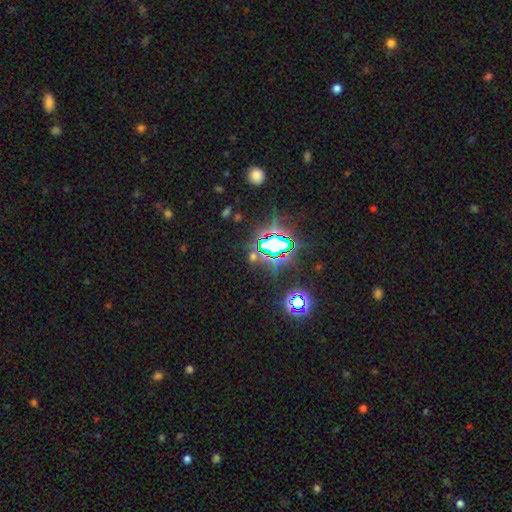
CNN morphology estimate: star or artifact 79%, smooth 12%, featured or disk 8%.